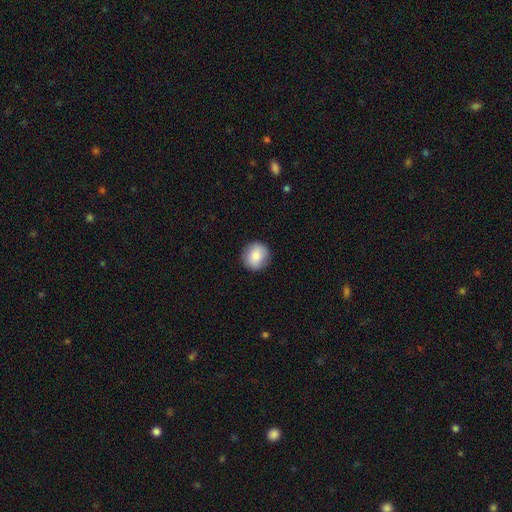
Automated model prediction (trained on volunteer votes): This is clearly a smooth galaxy (84%). How rounded: clearly round (89%). Merging: clearly none (90%).